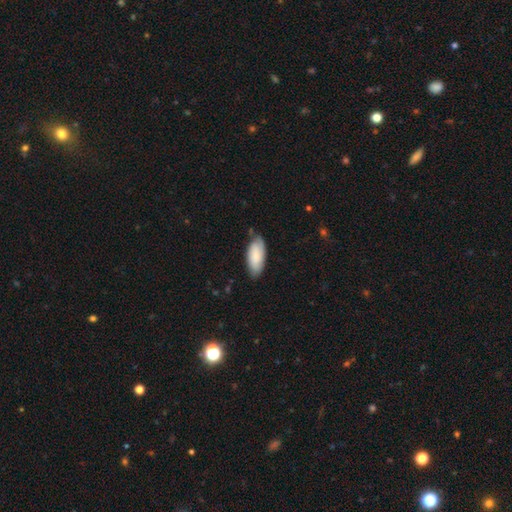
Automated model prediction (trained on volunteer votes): Smooth or featured? Predicted: smooth (p=0.74). How rounded? Predicted: in between (p=0.87). Merging? Predicted: none (p=0.69).